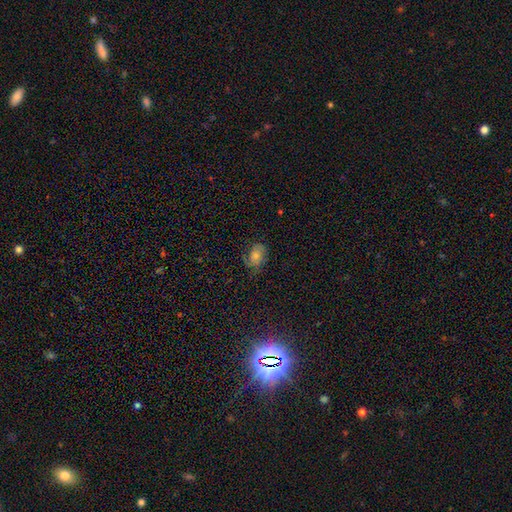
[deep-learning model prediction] Smooth or featured: featured or disk — 48% (smooth — 28%)
Merging: none — 70% (minor disturbance — 19%)